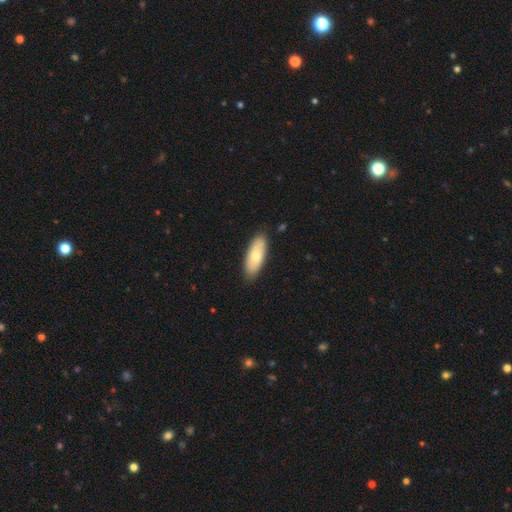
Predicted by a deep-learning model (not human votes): smooth-or-featured: smooth: 72% | featured or disk: 22% | star or artifact: 6%
  how-rounded: in between: 79% | cigar-shaped: 19% | round: 2%
  merging: none: 88% | minor disturbance: 10% | major disturbance: 2% | merger: 1%